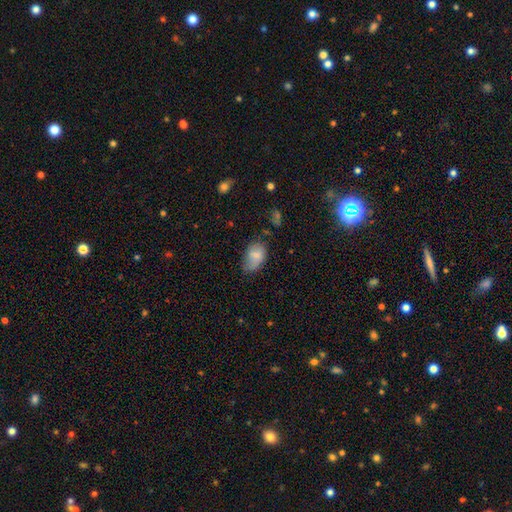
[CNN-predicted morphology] Overall: smooth (77%). How rounded: in between (89%). Merging: none (46%; minor disturbance 37%).